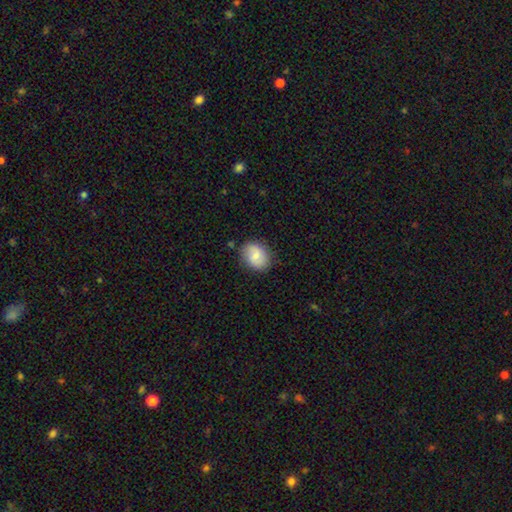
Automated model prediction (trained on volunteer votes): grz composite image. It shows a smooth galaxy with no disk features (69%) that is in between round and cigar-shaped (53%). Merging: none (77%).